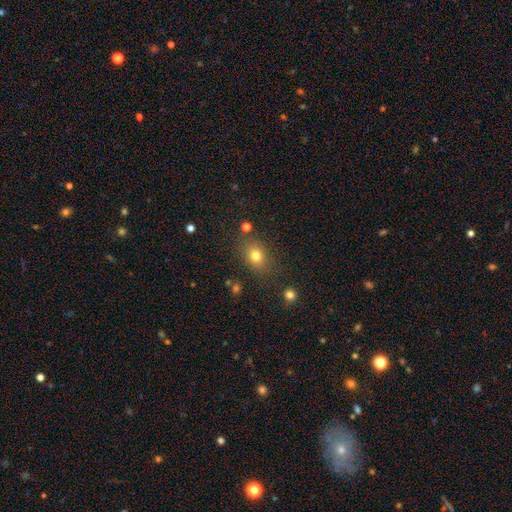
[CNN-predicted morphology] smooth_or_featured: smooth (p=0.77) [alt: star or artifact p=0.14]
how_rounded: in between (p=0.53) [alt: round p=0.46]
merging: none (p=0.79) [alt: minor disturbance p=0.13]